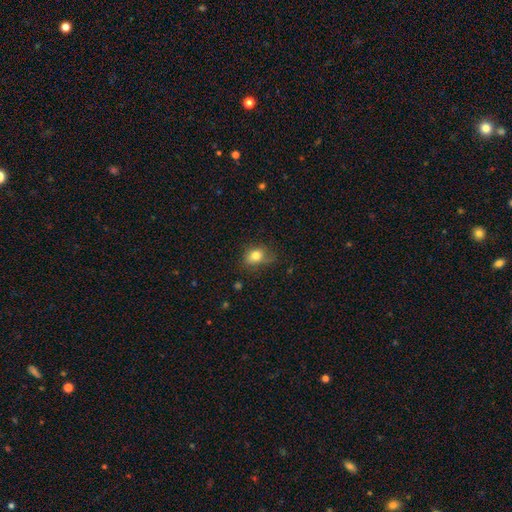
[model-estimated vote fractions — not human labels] Smooth or featured? Predicted: smooth (p=0.77). How rounded? Predicted: in between (p=0.56). Merging? Predicted: none (p=0.58).